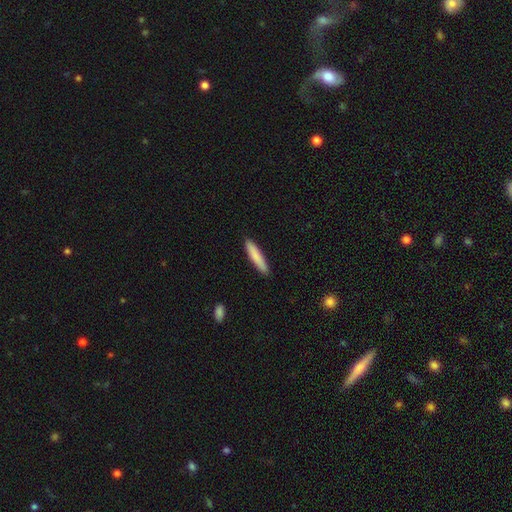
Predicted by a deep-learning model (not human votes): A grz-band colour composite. It shows a smooth galaxy with no disk features (83%) that is cigar-shaped (88%). Merging: none (90%).